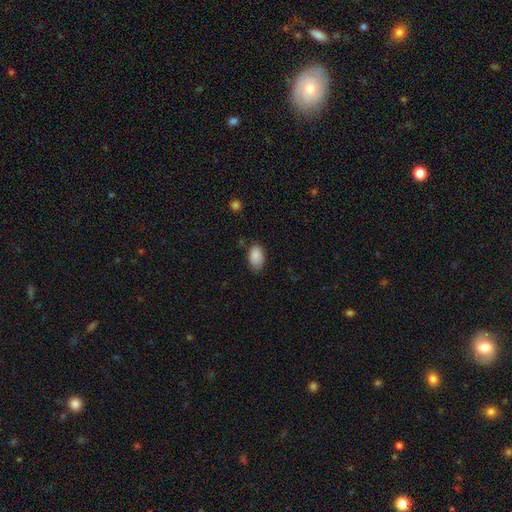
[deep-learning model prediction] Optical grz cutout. It shows a smooth galaxy with no disk features (87%) that is in between round and cigar-shaped (92%). Merging: none (68%).